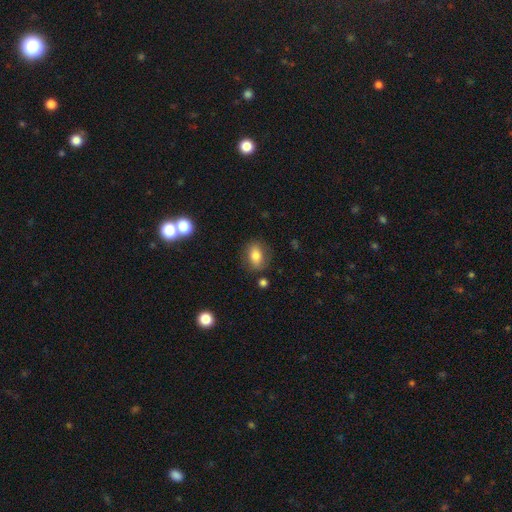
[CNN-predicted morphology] smooth 77%, featured or disk 14%, star or artifact 9%. Down the decision tree: how rounded — in between (75%); merging — none (79%).